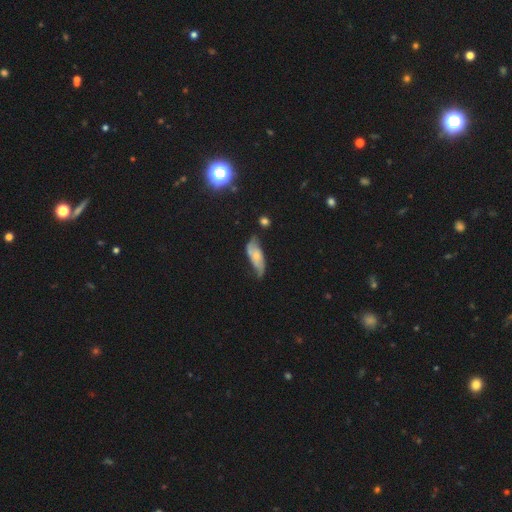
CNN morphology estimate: type=featured or disk (56%); edge-on=no (83%); merging=none (52%).